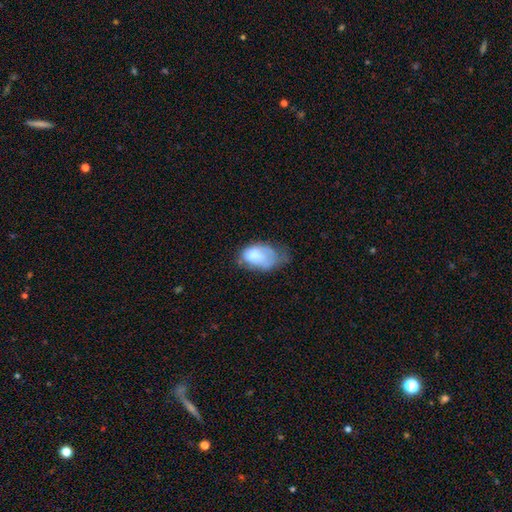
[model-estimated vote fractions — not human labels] Smooth or featured?
  - smooth: 67% *
  - featured or disk: 25%
  - star or artifact: 8%
How rounded?
  - in between: 88% *
  - round: 11%
  - cigar-shaped: 1%
Merging?
  - minor disturbance: 38% *
  - major disturbance: 33%
  - none: 25%
  - merger: 4%